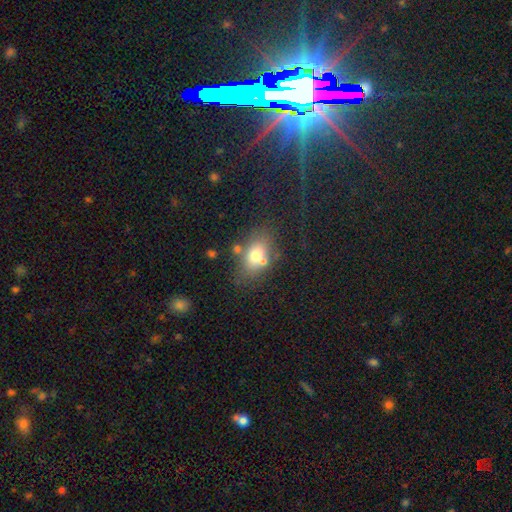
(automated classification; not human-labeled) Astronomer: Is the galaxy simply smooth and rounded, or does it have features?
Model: smooth — 68%.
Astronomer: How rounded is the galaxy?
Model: in between — 79%.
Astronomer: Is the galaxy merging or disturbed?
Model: none — 57%.